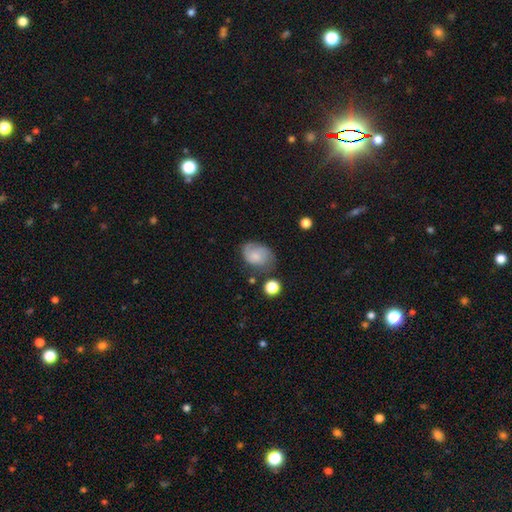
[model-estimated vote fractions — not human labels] Smooth or featured? smooth (60%)
How rounded? in between (73%)
Merging? none (53%)